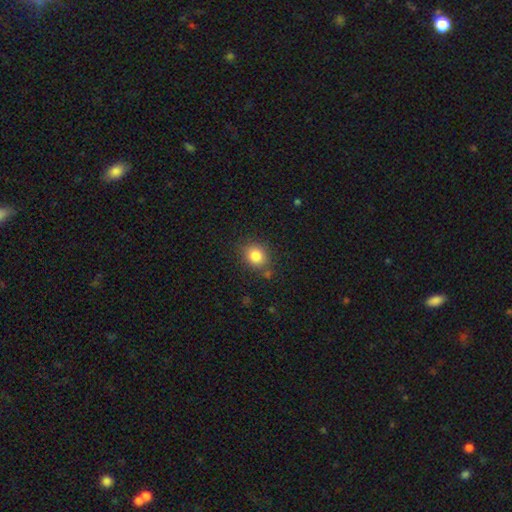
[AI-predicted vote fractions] Smooth or featured? smooth (83%)
How rounded? round (68%)
Merging? none (79%)